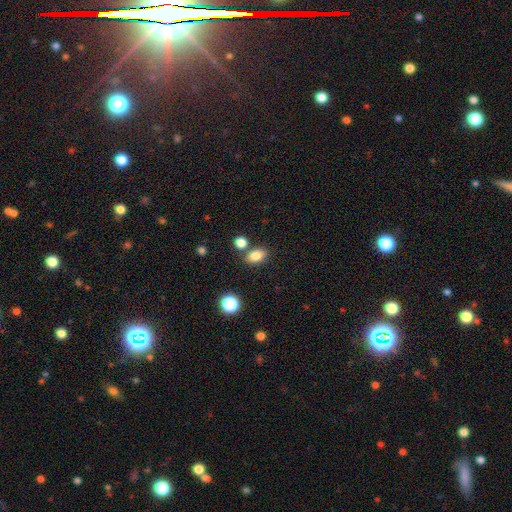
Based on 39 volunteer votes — A smooth galaxy with no disk features (92%) that is in between round and cigar-shaped (94%).

Vote fractions:
- Smooth or featured? smooth: 92% / star or artifact: 5% / featured or disk: 3%
- How rounded? in between: 94% / round: 6% / cigar-shaped: 0%
- Merging? none: 86% / minor disturbance: 5% / merger: 5% / major disturbance: 3%